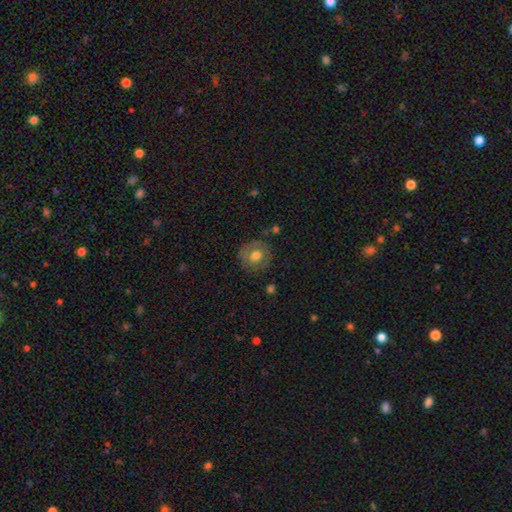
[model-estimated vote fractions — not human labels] Morphology: type=smooth (63%); roundness=round (89%); merging=none (81%).